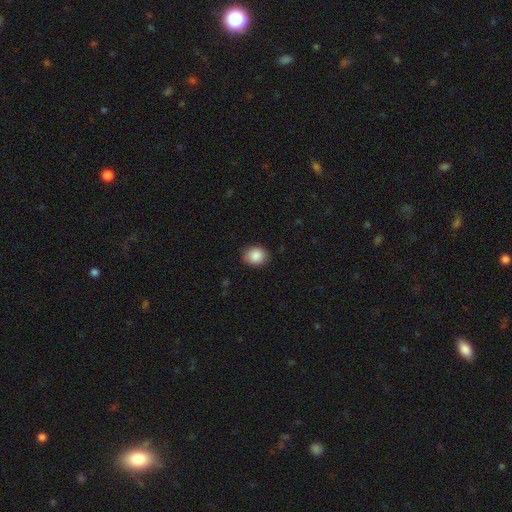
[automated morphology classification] Smooth or featured? smooth (88%)
How rounded? round (63%)
Merging? none (86%)